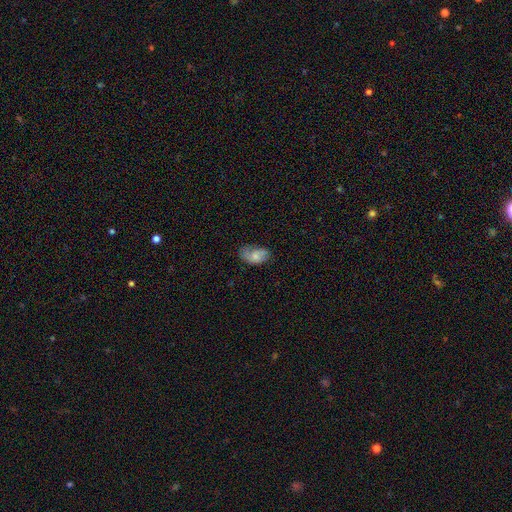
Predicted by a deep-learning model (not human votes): smooth-or-featured: smooth: 66% | featured or disk: 26% | star or artifact: 8%
  how-rounded: in between: 92% | round: 7% | cigar-shaped: 2%
  merging: none: 51% | minor disturbance: 33% | major disturbance: 15% | merger: 2%